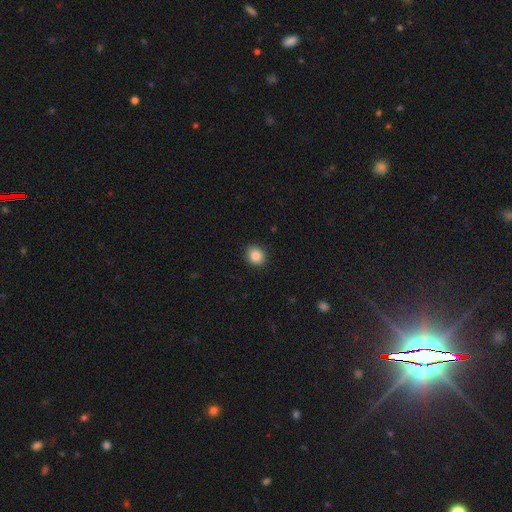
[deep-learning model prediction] A smooth galaxy with no disk features (87%) that is round (71%). Merging: none (90%).